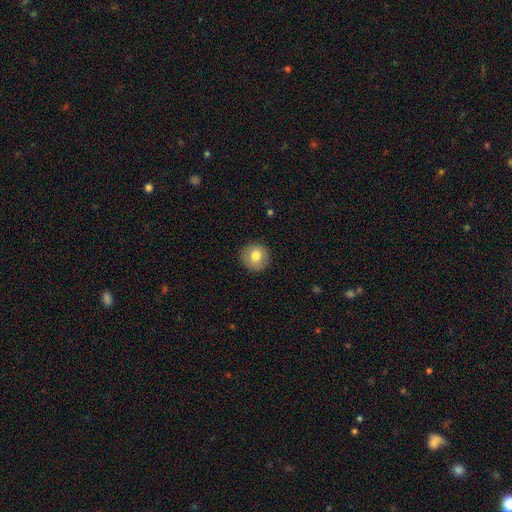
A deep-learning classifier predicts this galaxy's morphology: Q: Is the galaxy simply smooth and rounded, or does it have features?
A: smooth — 79%.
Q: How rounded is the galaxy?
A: round — 94%.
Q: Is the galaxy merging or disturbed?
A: none — 90%.